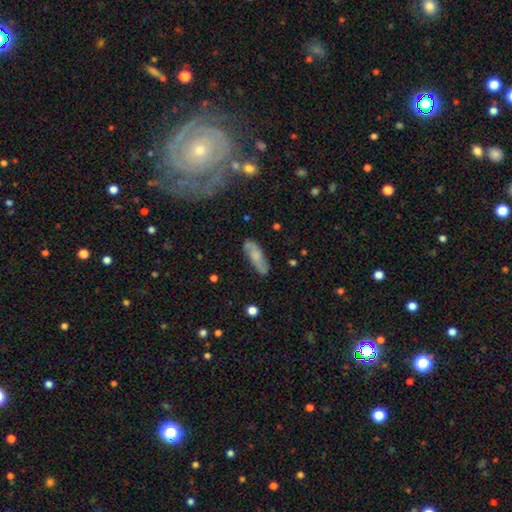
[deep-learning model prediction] Morphology: type=smooth (49%); merging=none (77%).